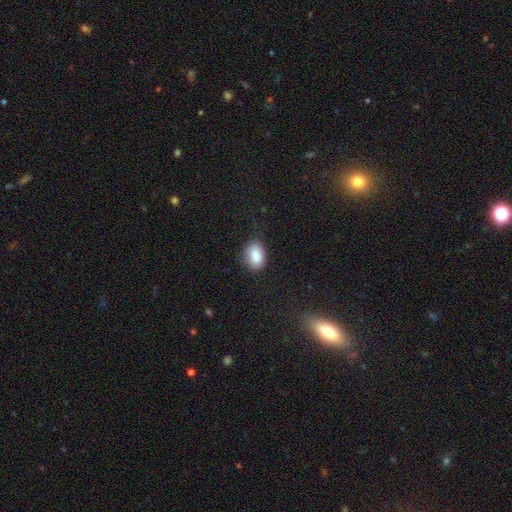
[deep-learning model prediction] This appears to be a smooth galaxy with no disk features (85%) that is in between round and cigar-shaped (80%). Merging: none (77%).